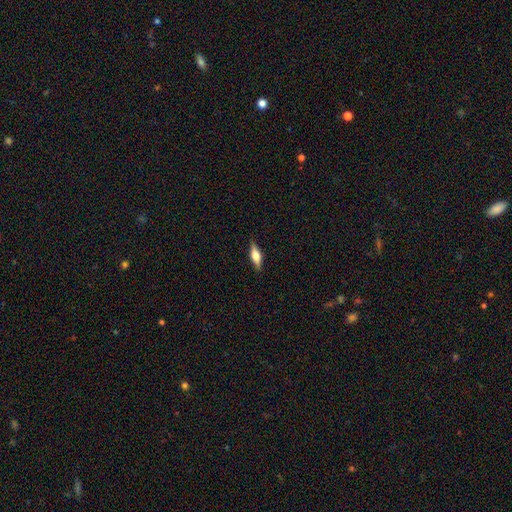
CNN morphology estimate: The model was most divided on "smooth or featured" (2-way tie): smooth: 47%, featured or disk: 47%, star or artifact: 7%. More confident: merging — none (87%).